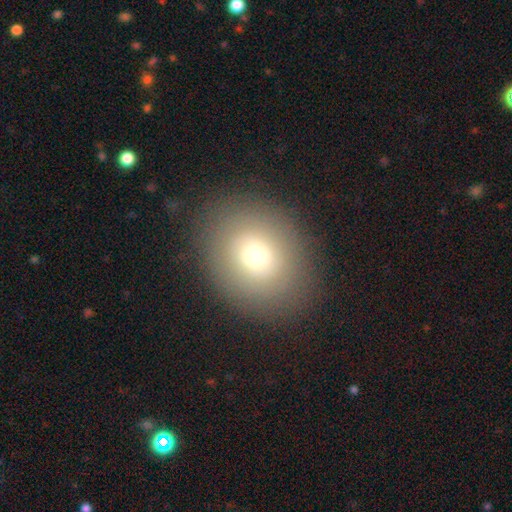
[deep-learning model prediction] Smooth or featured?
  - smooth: 68% *
  - featured or disk: 20%
  - star or artifact: 12%
How rounded?
  - round: 61% *
  - in between: 38%
  - cigar-shaped: 1%
Merging?
  - none: 84% *
  - minor disturbance: 10%
  - major disturbance: 5%
  - merger: 1%